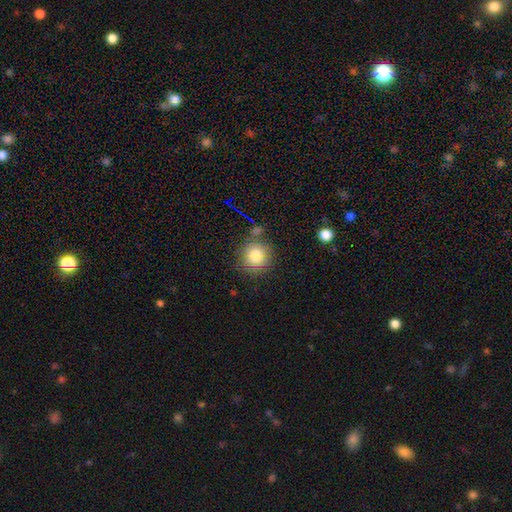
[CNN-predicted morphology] smooth-or-featured: smooth: 74% | star or artifact: 16% | featured or disk: 10%
  how-rounded: round: 88% | in between: 11% | cigar-shaped: 1%
  merging: none: 74% | minor disturbance: 13% | merger: 8% | major disturbance: 4%